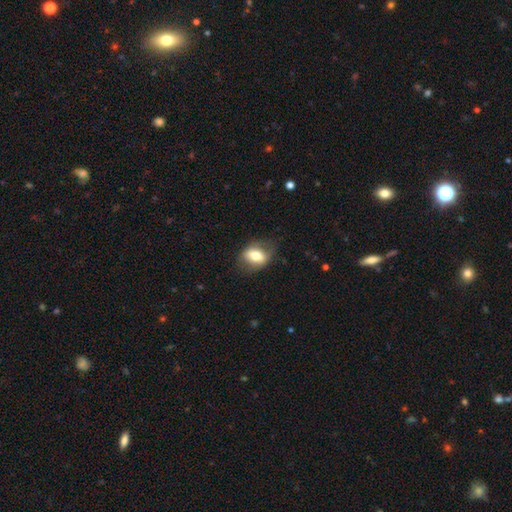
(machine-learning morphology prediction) Smooth or featured? Predicted: smooth (p=0.63). How rounded? Predicted: in between (p=0.75). Merging? Predicted: none (p=0.71).